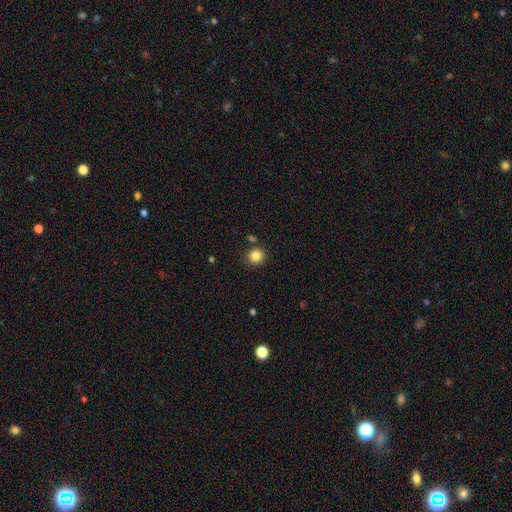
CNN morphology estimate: This is clearly a smooth galaxy (84%). How rounded: clearly round (88%). Merging: clearly none (85%).